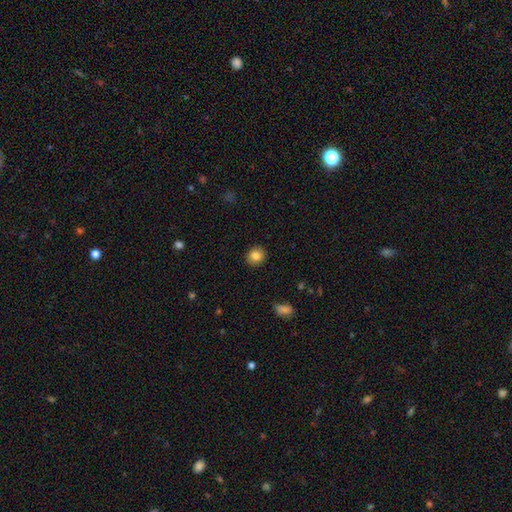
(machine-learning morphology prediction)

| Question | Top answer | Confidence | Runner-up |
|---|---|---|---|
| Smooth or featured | smooth | 84% | star or artifact (9%) |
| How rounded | round | 82% | in between (17%) |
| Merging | none | 90% | minor disturbance (7%) |